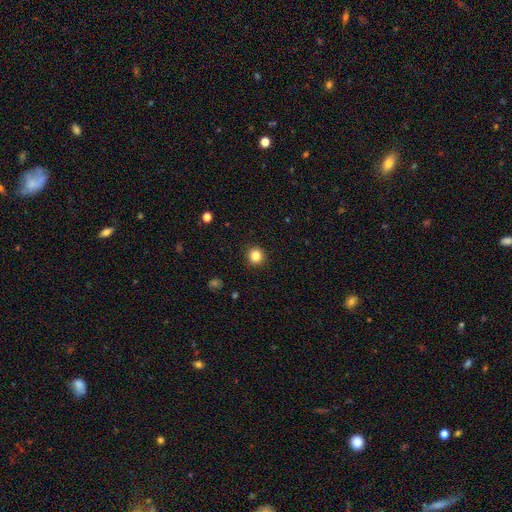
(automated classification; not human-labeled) Smooth or featured: smooth — 84% (star or artifact — 11%)
How rounded: round — 93% (in between — 6%)
Merging: none — 92% (minor disturbance — 5%)